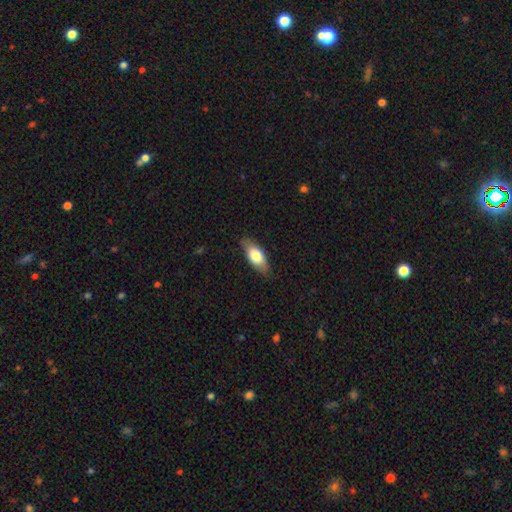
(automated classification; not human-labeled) Smooth or featured: smooth — 73% (featured or disk — 21%)
How rounded: in between — 84% (cigar-shaped — 13%)
Merging: none — 82% (minor disturbance — 15%)